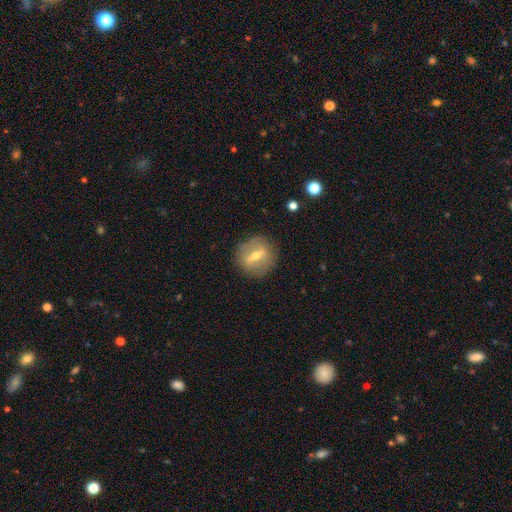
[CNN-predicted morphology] featured or disk 62%, smooth 30%, star or artifact 8%. Down the decision tree: edge-on disk — no (79%); merging — none (83%).